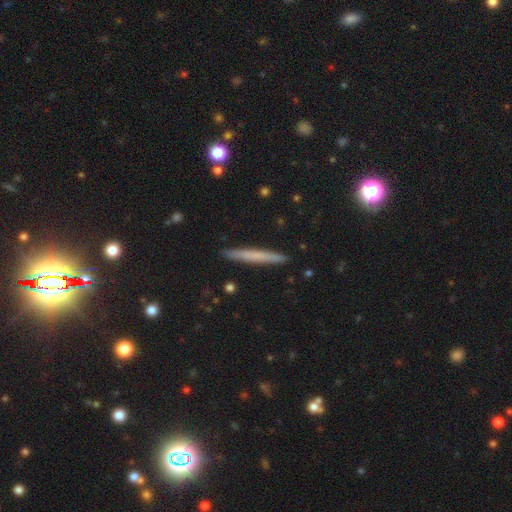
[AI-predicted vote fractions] A smooth galaxy with no disk features (61%) that is cigar-shaped (97%).

Vote fractions:
- Smooth or featured? smooth: 61% / featured or disk: 32% / star or artifact: 7%
- How rounded? cigar-shaped: 97% / in between: 2% / round: 1%
- Merging? none: 91% / minor disturbance: 6% / major disturbance: 1% / merger: 1%